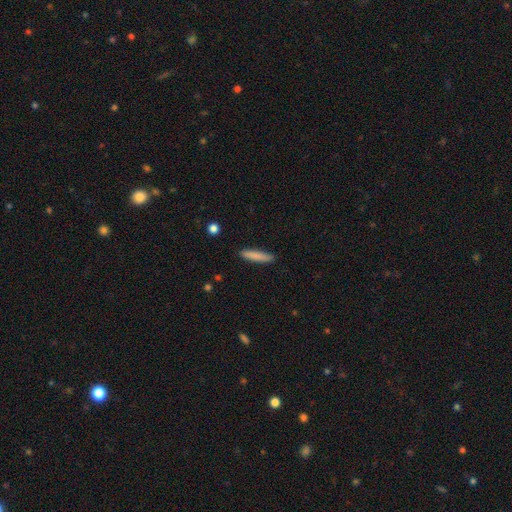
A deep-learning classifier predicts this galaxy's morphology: Q: Smooth or featured?
A: smooth (83%); runner-up: featured or disk (11%)
Q: How rounded?
A: cigar-shaped (89%); runner-up: in between (10%)
Q: Merging?
A: none (89%); runner-up: minor disturbance (8%)